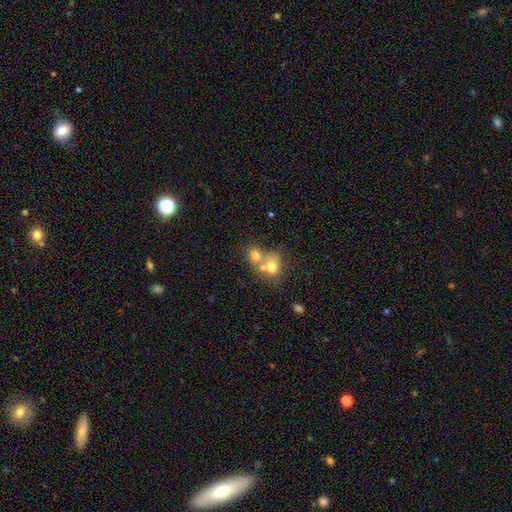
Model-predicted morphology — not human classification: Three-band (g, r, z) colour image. It shows a smooth galaxy with no disk features (69%) that is round (67%). Merging: merger (61%).